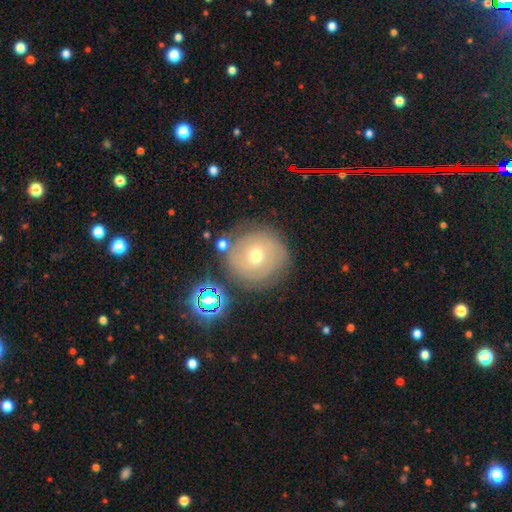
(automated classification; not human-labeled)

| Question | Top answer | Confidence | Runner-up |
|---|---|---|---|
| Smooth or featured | featured or disk | 43% | smooth (40%) |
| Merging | none | 77% | minor disturbance (13%) |